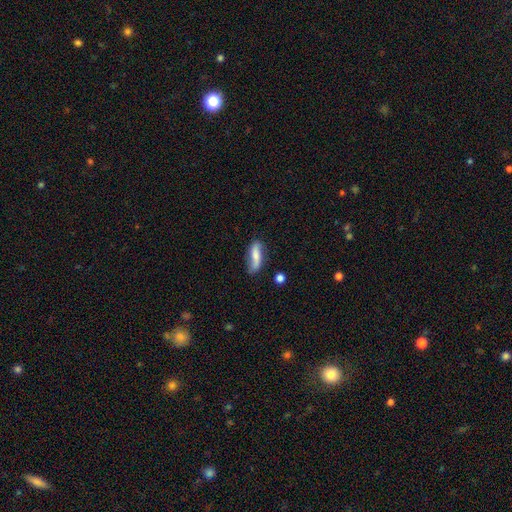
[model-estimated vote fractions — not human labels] A smooth galaxy with no disk features (50%) that is in between round and cigar-shaped (55%). Merging: none (66%).